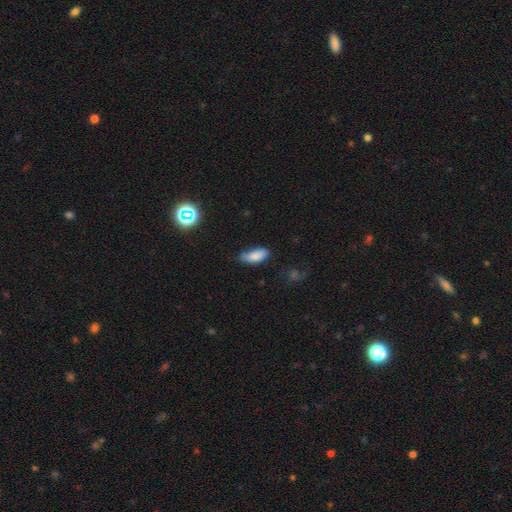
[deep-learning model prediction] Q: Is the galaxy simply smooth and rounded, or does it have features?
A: smooth — 84%.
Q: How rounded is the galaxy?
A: in between — 83%.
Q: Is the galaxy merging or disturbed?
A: none — 56%.